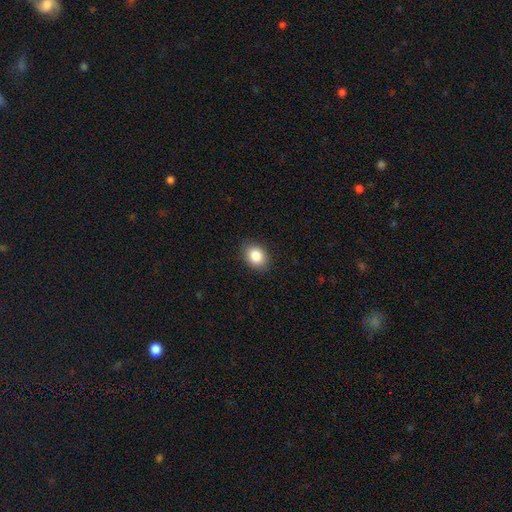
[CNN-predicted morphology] The model was most divided on "how rounded": in between: 64%, round: 35%, cigar-shaped: 1%. More confident: merging — none (88%); smooth or featured — smooth (86%).